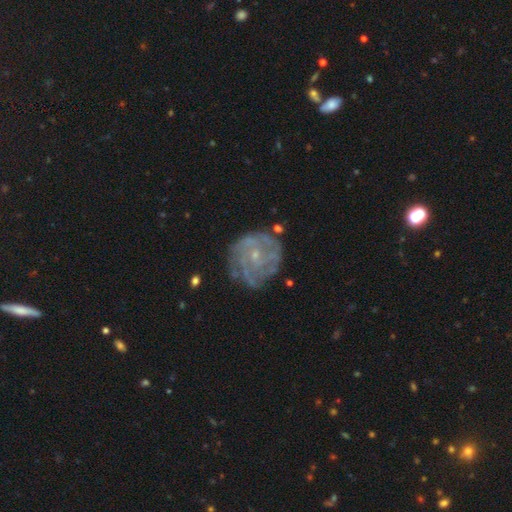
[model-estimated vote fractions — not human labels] Overall: featured or disk (77%). Edge-on disk: no (98%). Bar: no (76%). Spiral arms: yes (81%). Spiral arm count: can't tell (47%; 4 16%). Spiral winding: tight (66%). Bulge size: small (81%). Merging: none (69%).